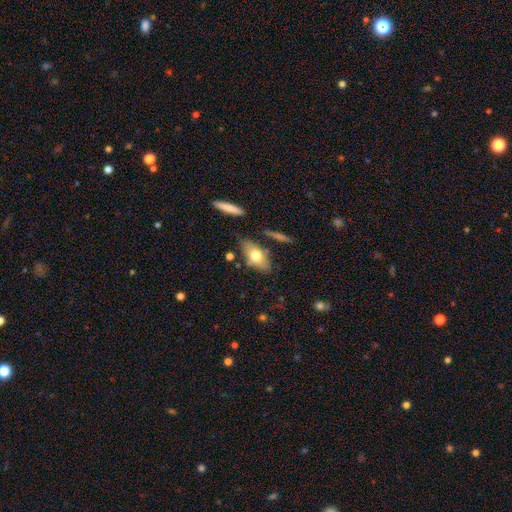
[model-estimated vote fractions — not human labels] This is likely a smooth galaxy (66%). How rounded: clearly in between (84%). Merging: likely none (72%).